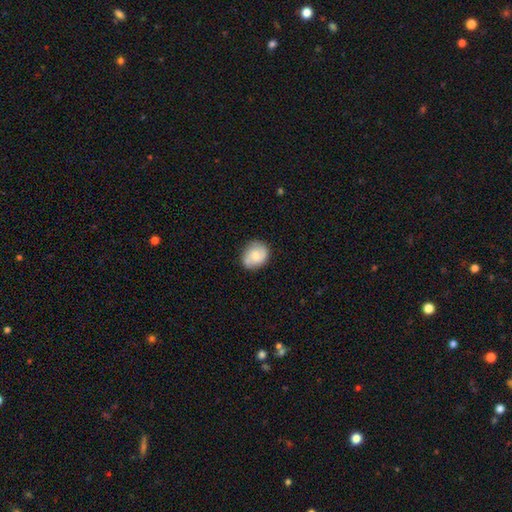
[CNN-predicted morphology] smooth-or-featured: smooth: 59% | featured or disk: 34% | star or artifact: 8%
  how-rounded: round: 63% | in between: 36% | cigar-shaped: 1%
  merging: none: 77% | minor disturbance: 18% | major disturbance: 4% | merger: 2%